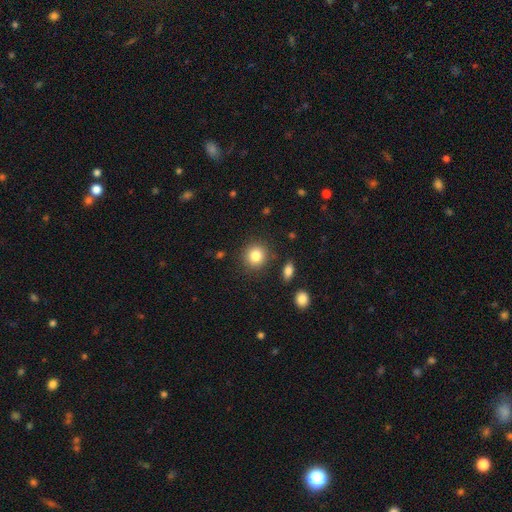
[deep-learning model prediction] Smooth or featured? Predicted: smooth (p=0.84). How rounded? Predicted: round (p=0.88). Merging? Predicted: none (p=0.87).